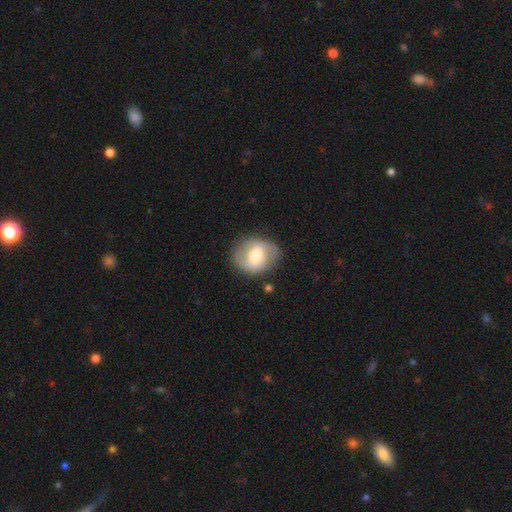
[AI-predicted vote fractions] smooth_or_featured: featured or disk (p=0.53) [alt: smooth p=0.40]
disk_edge_on: no (p=0.96) [alt: yes p=0.04]
bar: weak (p=0.41) [alt: no p=0.35]
has_spiral_arms: yes (p=0.72) [alt: no p=0.28]
bulge_size: moderate (p=0.58) [alt: large p=0.20]
merging: none (p=0.81) [alt: minor disturbance p=0.13]